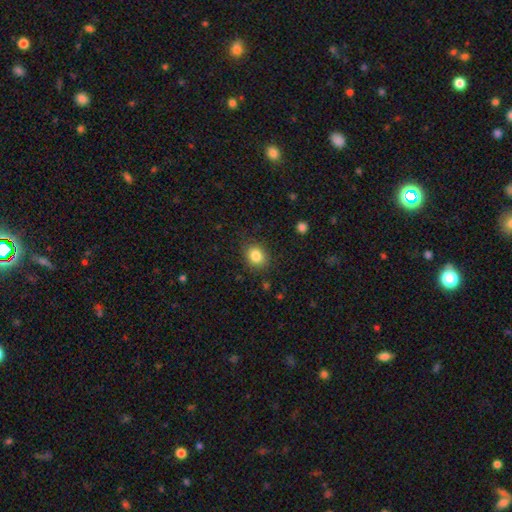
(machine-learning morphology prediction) smooth 84%, star or artifact 10%, featured or disk 6%. Down the decision tree: how rounded — round (57%); merging — none (84%).